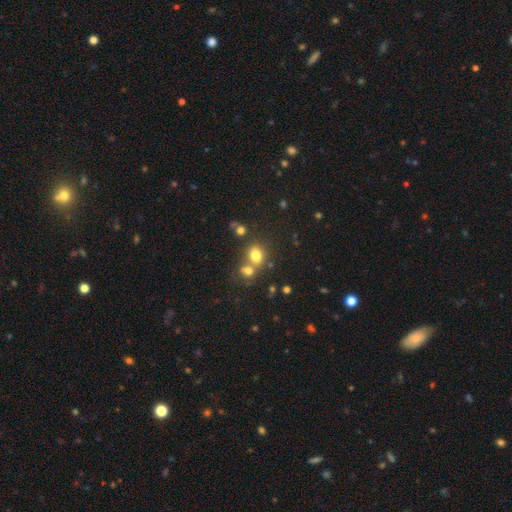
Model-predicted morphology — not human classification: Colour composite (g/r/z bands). It shows a smooth galaxy with no disk features (76%) that is in between round and cigar-shaped (52%). Merging: none (46%).